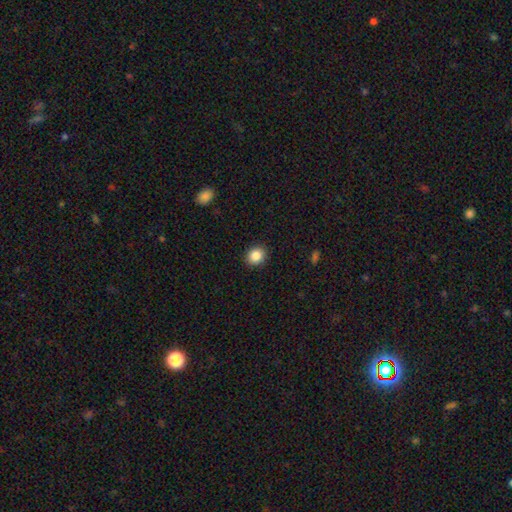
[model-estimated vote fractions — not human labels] Smooth or featured? smooth (86%)
How rounded? round (74%)
Merging? none (91%)